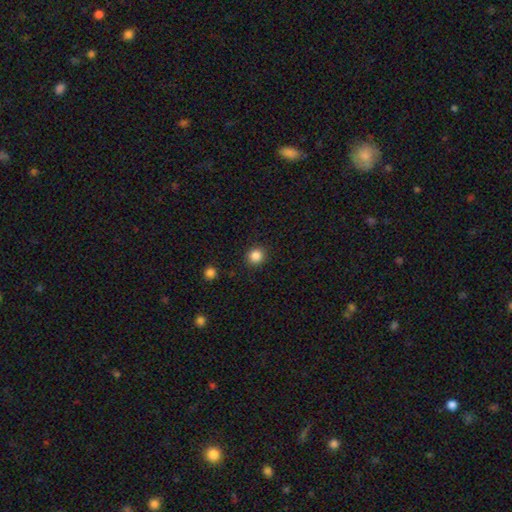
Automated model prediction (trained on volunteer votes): A smooth galaxy with no disk features (86%) that is round (88%).

Vote fractions:
- Smooth or featured? smooth: 86% / star or artifact: 11% / featured or disk: 4%
- How rounded? round: 88% / in between: 11% / cigar-shaped: 1%
- Merging? none: 91% / minor disturbance: 6% / major disturbance: 2% / merger: 1%